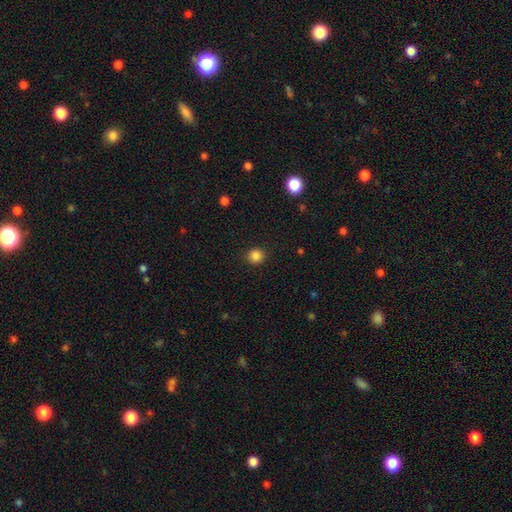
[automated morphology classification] This appears to be a smooth galaxy with no disk features (85%) that is round (91%). Merging: none (91%).